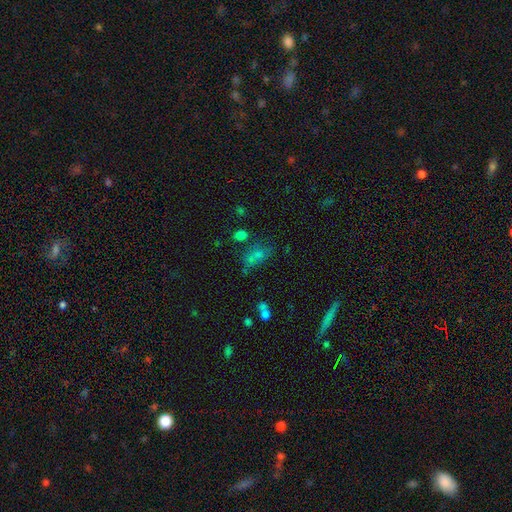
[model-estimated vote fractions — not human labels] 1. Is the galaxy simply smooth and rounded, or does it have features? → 62% smooth, 22% star or artifact, 16% featured or disk.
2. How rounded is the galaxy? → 77% in between, 16% round, 8% cigar-shaped.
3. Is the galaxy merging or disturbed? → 45% none, 24% merger, 18% minor disturbance, 12% major disturbance.